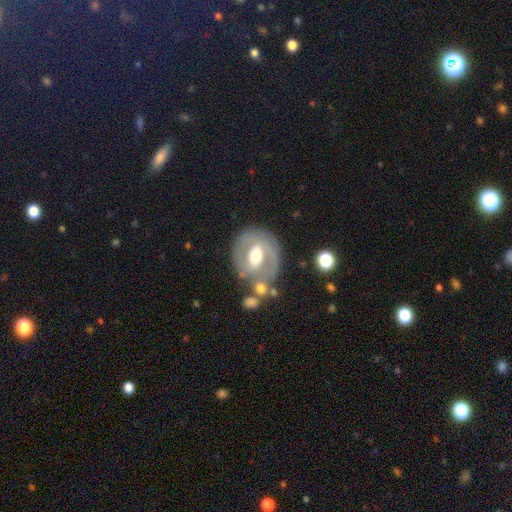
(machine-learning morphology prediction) Smooth or featured? featured or disk (70%)
Edge-on disk? no (94%)
Bar? weak (45%)
Spiral arms? yes (54%)
Bulge size? moderate (72%)
Merging? none (61%)